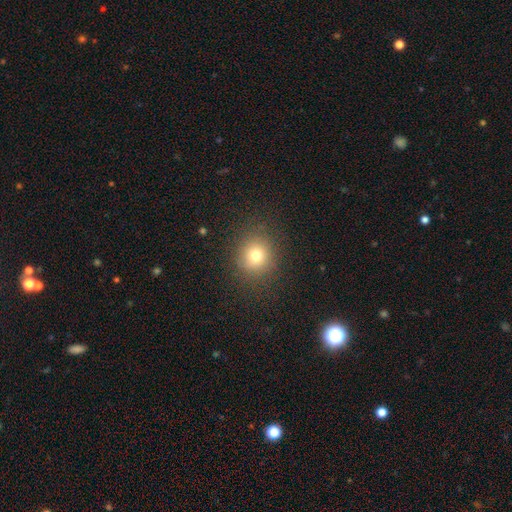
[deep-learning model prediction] Morphology: type=smooth (76%); roundness=round (85%); merging=none (86%).